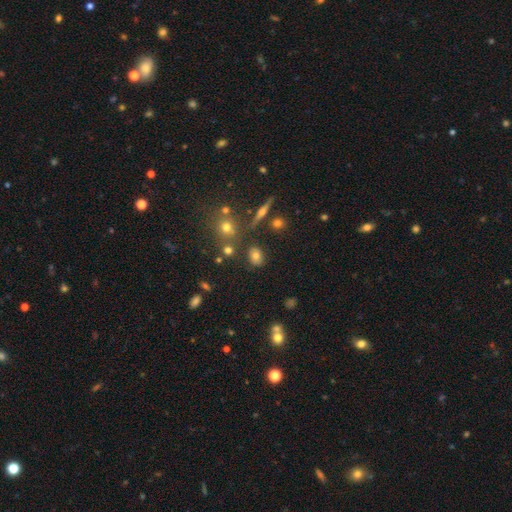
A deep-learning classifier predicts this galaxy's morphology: smooth_or_featured: smooth (p=0.71) [alt: featured or disk p=0.15]
how_rounded: in between (p=0.64) [alt: round p=0.33]
merging: none (p=0.80) [alt: minor disturbance p=0.11]